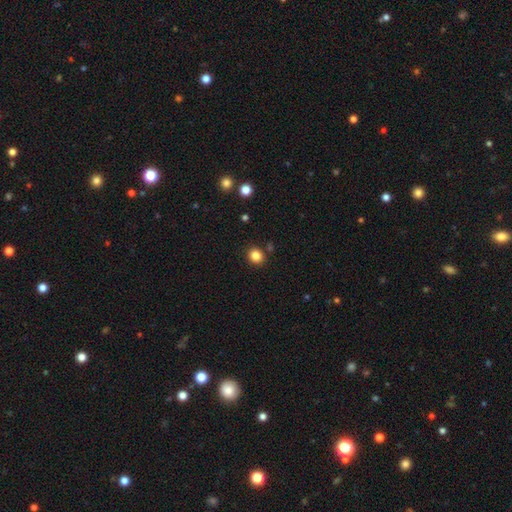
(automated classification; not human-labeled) Smooth or featured? Predicted: smooth (p=0.84). How rounded? Predicted: round (p=0.80). Merging? Predicted: none (p=0.88).